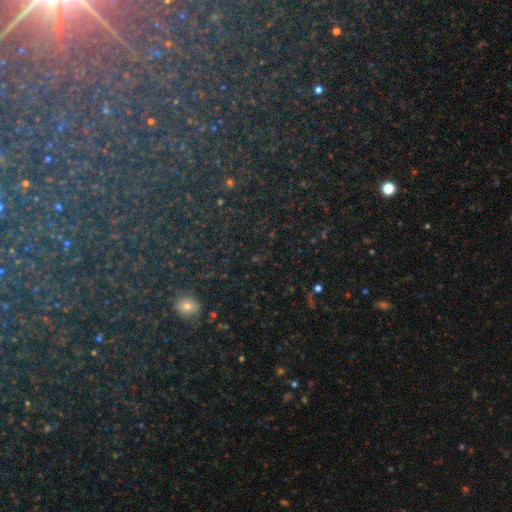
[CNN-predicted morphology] Q: Smooth or featured?
A: star or artifact (74%); runner-up: smooth (14%)